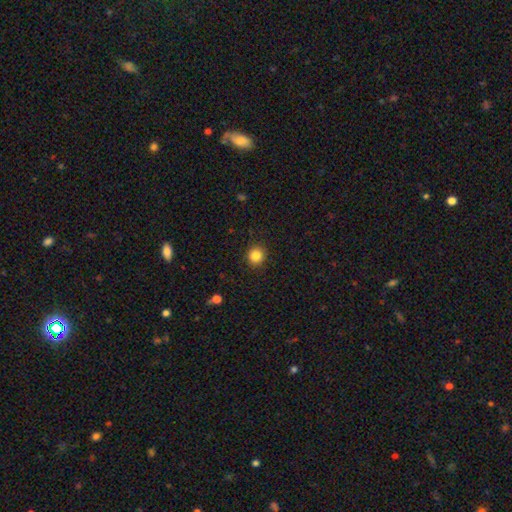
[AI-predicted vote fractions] Overall: smooth (85%). How rounded: round (91%). Merging: none (91%).